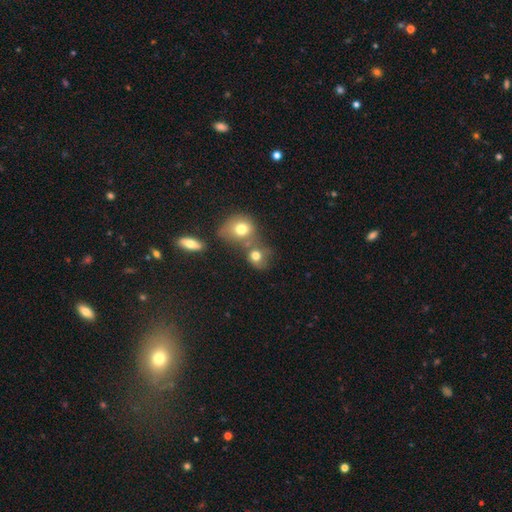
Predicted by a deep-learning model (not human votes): This appears to be a smooth galaxy with no disk features (74%) that is round (67%). Merging: merger (48%).